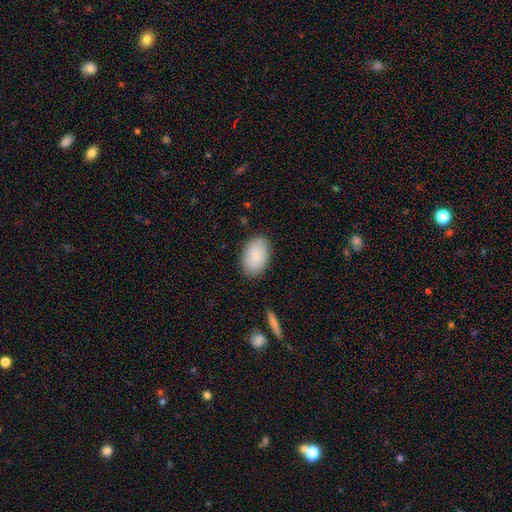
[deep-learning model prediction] smooth-or-featured: smooth: 84% | featured or disk: 10% | star or artifact: 6%
  how-rounded: in between: 90% | round: 9% | cigar-shaped: 1%
  merging: none: 85% | minor disturbance: 11% | major disturbance: 3% | merger: 1%